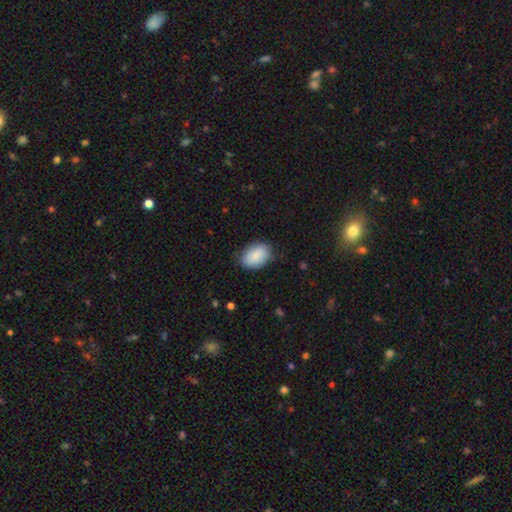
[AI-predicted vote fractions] A smooth galaxy with no disk features (87%) that is in between round and cigar-shaped (85%). Merging: none (79%).